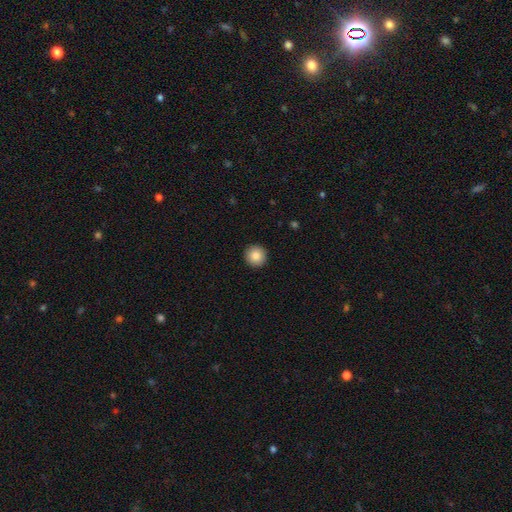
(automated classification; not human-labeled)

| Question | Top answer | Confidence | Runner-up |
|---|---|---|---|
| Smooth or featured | smooth | 87% | star or artifact (8%) |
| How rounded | round | 95% | in between (4%) |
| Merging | none | 93% | minor disturbance (5%) |